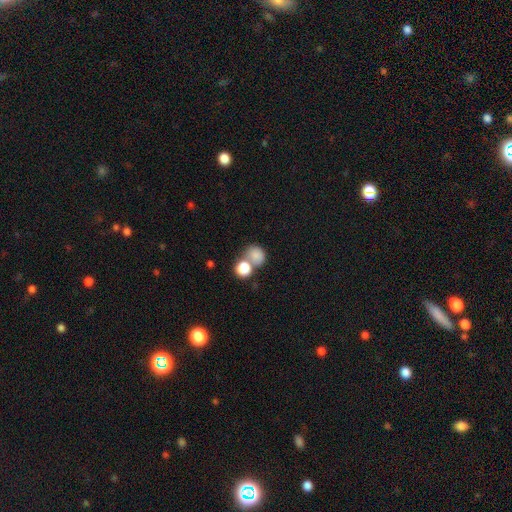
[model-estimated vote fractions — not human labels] smooth_or_featured: smooth (p=0.82) [alt: star or artifact p=0.10]
how_rounded: round (p=0.65) [alt: in between p=0.34]
merging: merger (p=0.46) [alt: none p=0.40]